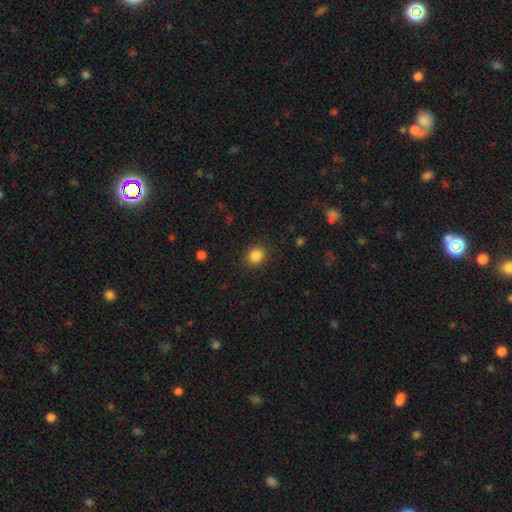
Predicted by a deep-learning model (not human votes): Q: Smooth or featured?
A: smooth (86%); runner-up: star or artifact (10%)
Q: How rounded?
A: round (61%); runner-up: in between (38%)
Q: Merging?
A: none (88%); runner-up: minor disturbance (8%)